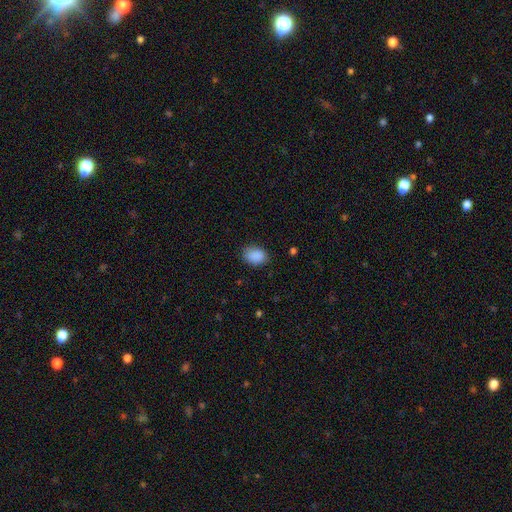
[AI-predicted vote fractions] Smooth or featured: smooth — 89% (star or artifact — 8%)
How rounded: in between — 70% (round — 29%)
Merging: none — 80% (minor disturbance — 15%)